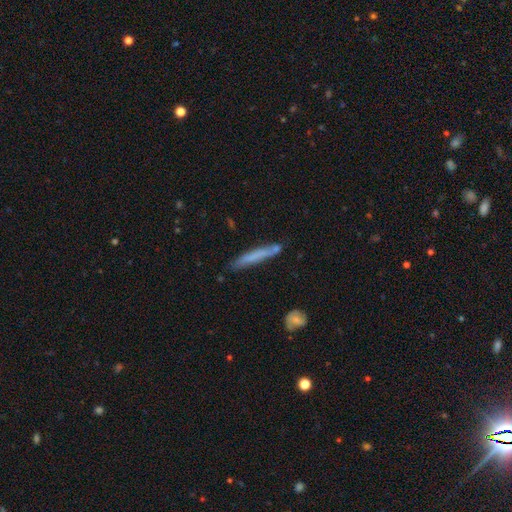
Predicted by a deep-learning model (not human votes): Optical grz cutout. It shows a smooth galaxy with no disk features (64%) that is cigar-shaped (95%). Merging: none (73%).